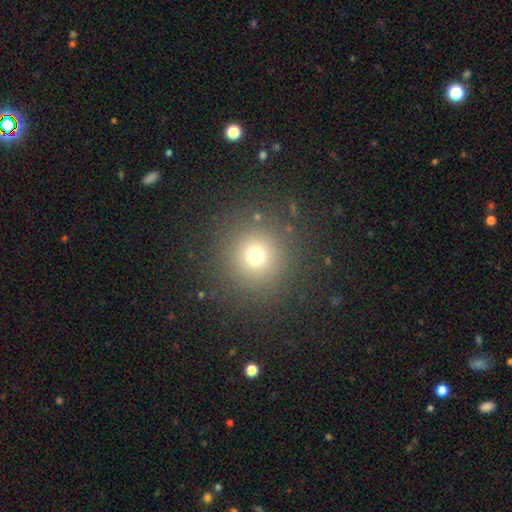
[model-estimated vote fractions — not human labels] Smooth or featured? Predicted: smooth (p=0.71). How rounded? Predicted: round (p=0.95). Merging? Predicted: none (p=0.88).